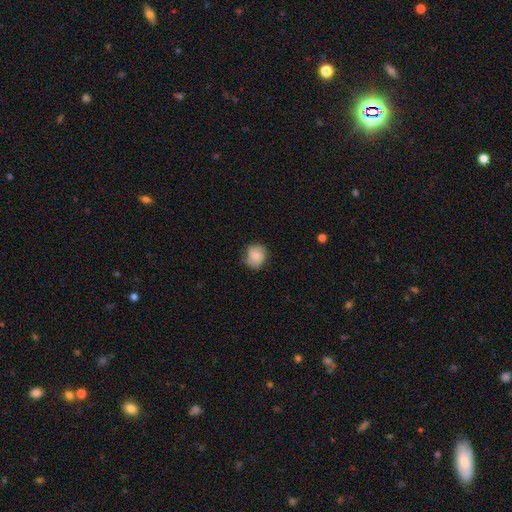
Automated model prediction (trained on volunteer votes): The model was most divided on "merging": none: 66%, minor disturbance: 27%, major disturbance: 6%, merger: 1%. More confident: how rounded — round (81%); smooth or featured — smooth (72%).